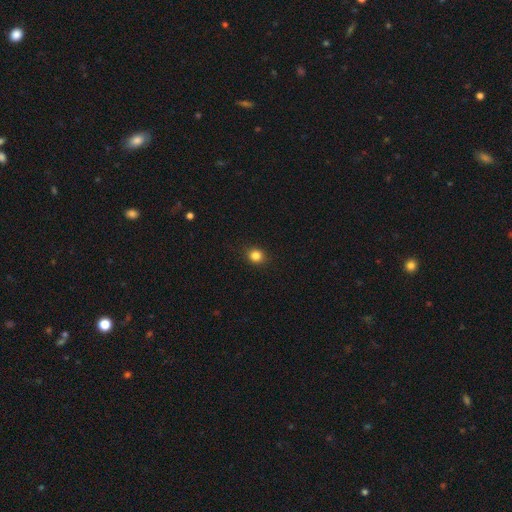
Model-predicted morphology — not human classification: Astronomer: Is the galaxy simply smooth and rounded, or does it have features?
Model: smooth — 84%.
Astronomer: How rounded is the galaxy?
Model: round — 80%.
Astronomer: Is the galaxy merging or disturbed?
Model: none — 90%.